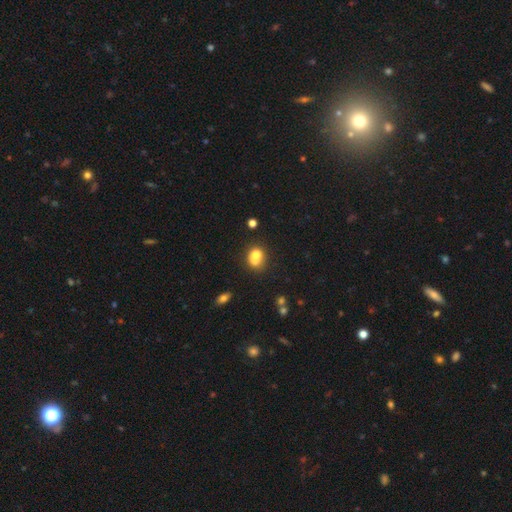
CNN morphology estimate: smooth_or_featured: smooth (p=0.73) [alt: featured or disk p=0.16]
how_rounded: round (p=0.57) [alt: in between p=0.42]
merging: merger (p=0.40) [alt: none p=0.37]